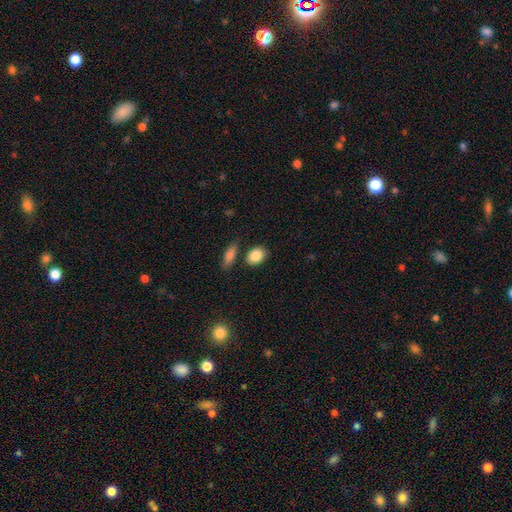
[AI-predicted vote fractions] Smooth or featured? Predicted: smooth (p=0.87). How rounded? Predicted: in between (p=0.65). Merging? Predicted: none (p=0.77).